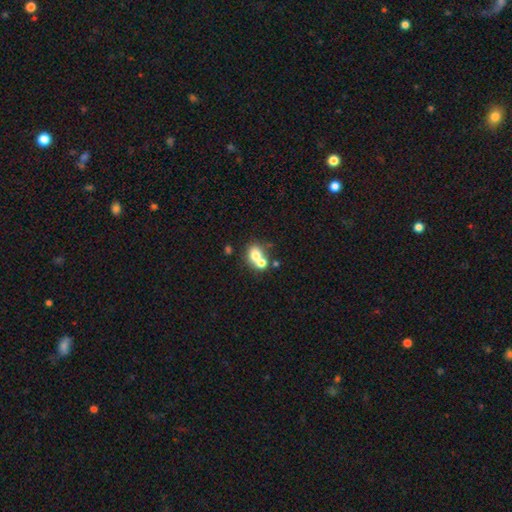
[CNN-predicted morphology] Q: Smooth or featured?
A: smooth (71%); runner-up: featured or disk (16%)
Q: How rounded?
A: round (63%); runner-up: in between (36%)
Q: Merging?
A: merger (54%); runner-up: none (35%)